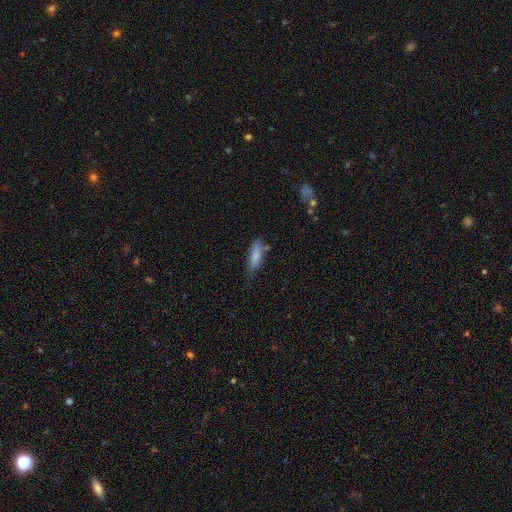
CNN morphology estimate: smooth-or-featured: smooth: 81% | featured or disk: 11% | star or artifact: 7%
  how-rounded: in between: 51% | cigar-shaped: 47% | round: 2%
  merging: none: 56% | minor disturbance: 30% | major disturbance: 8% | merger: 6%